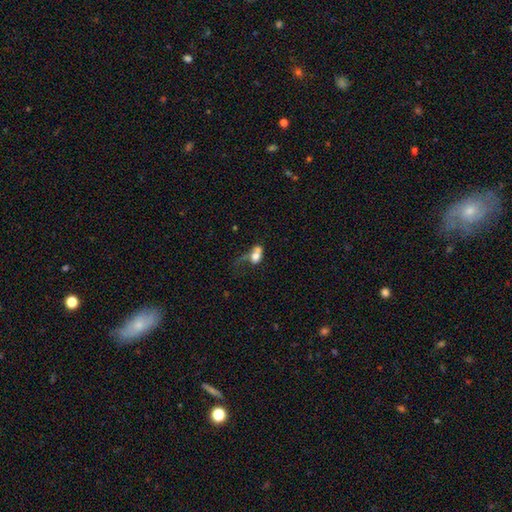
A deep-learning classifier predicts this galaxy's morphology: smooth_or_featured: smooth (p=0.64) [alt: featured or disk p=0.26]
how_rounded: in between (p=0.57) [alt: round p=0.39]
merging: merger (p=0.49) [alt: major disturbance p=0.25]